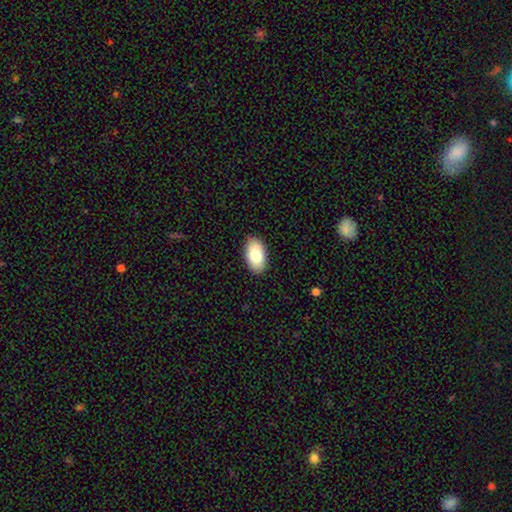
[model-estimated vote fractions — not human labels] Q: Smooth or featured?
A: smooth (78%); runner-up: featured or disk (15%)
Q: How rounded?
A: in between (95%); runner-up: round (4%)
Q: Merging?
A: none (88%); runner-up: minor disturbance (9%)